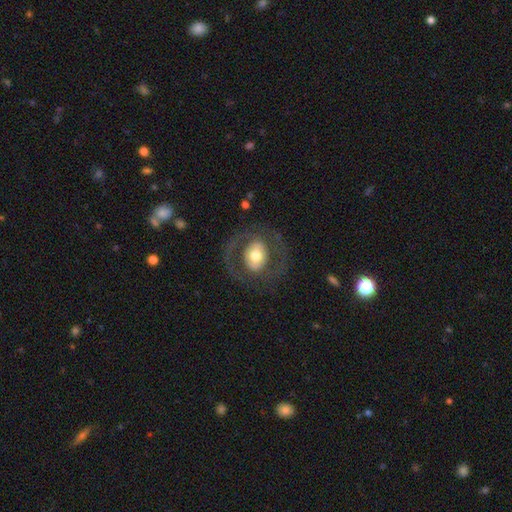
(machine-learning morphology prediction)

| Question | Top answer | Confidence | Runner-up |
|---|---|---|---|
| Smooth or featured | featured or disk | 59% | smooth (35%) |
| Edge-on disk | no | 95% | yes (5%) |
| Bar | no | 61% | weak (26%) |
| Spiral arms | no | 54% | yes (46%) |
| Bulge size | moderate | 60% | large (29%) |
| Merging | none | 72% | major disturbance (15%) |